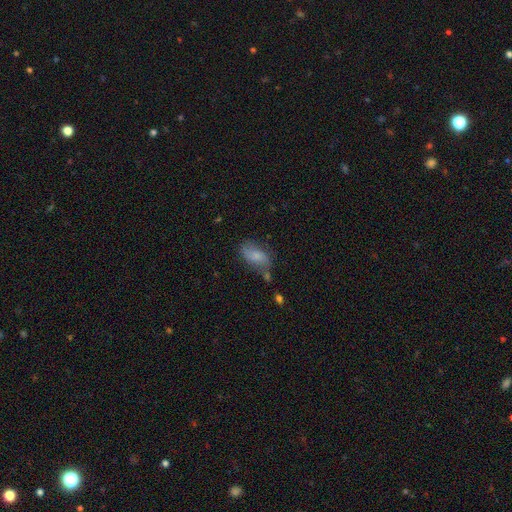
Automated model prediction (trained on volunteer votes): Morphology: type=smooth (67%); roundness=in between (90%); merging=none (57%).